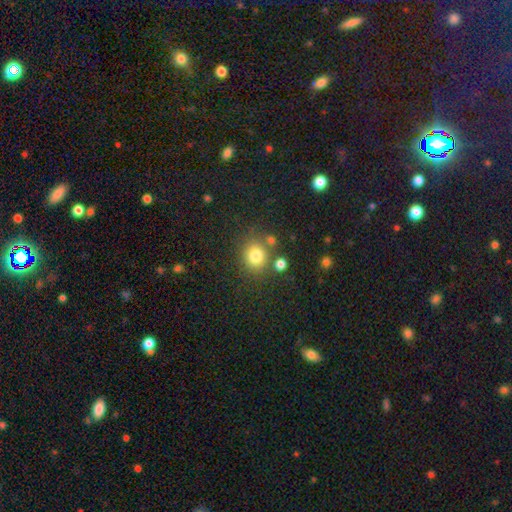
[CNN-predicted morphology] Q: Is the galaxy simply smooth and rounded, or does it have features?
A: smooth — 79%.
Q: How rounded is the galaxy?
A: round — 79%.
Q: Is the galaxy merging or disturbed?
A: none — 74%.